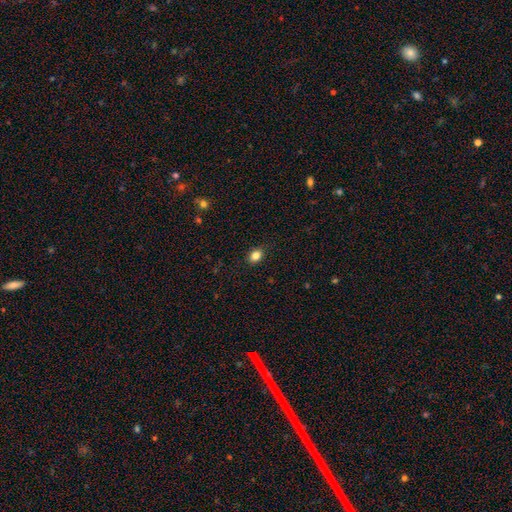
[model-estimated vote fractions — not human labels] Smooth or featured? smooth (84%)
How rounded? in between (60%)
Merging? none (88%)